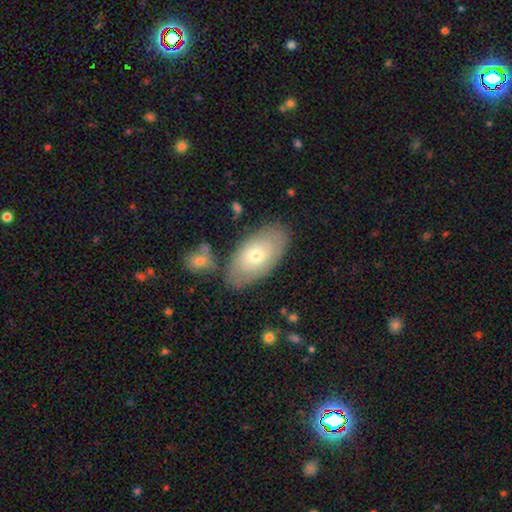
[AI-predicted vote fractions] smooth_or_featured: smooth (p=0.62) [alt: featured or disk p=0.32]
how_rounded: in between (p=0.94) [alt: round p=0.04]
merging: none (p=0.75) [alt: minor disturbance p=0.15]